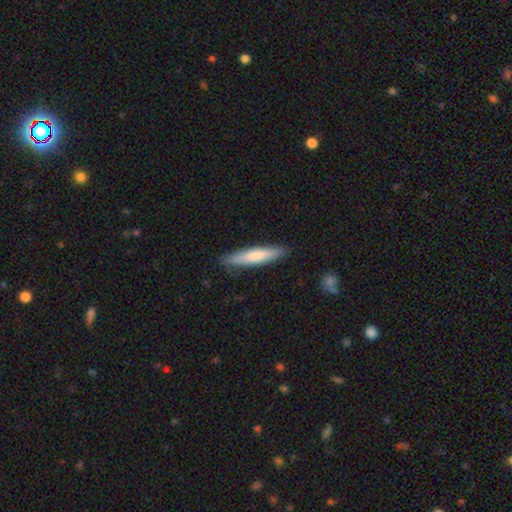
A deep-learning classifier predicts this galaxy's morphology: smooth_or_featured: smooth (p=0.73) [alt: featured or disk p=0.22]
how_rounded: cigar-shaped (p=0.89) [alt: in between p=0.10]
merging: none (p=0.88) [alt: minor disturbance p=0.09]